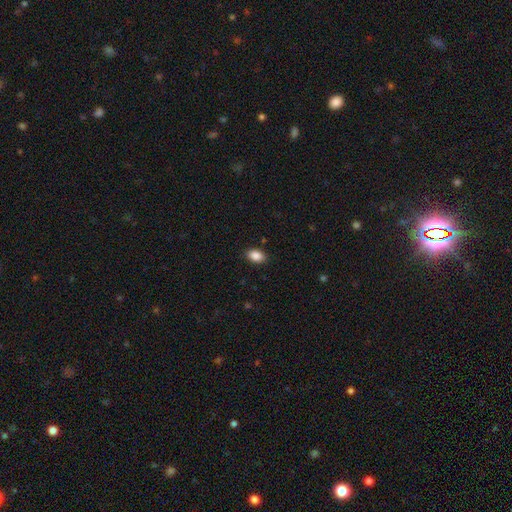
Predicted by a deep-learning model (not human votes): Overall: smooth (88%). How rounded: in between (89%). Merging: none (89%).